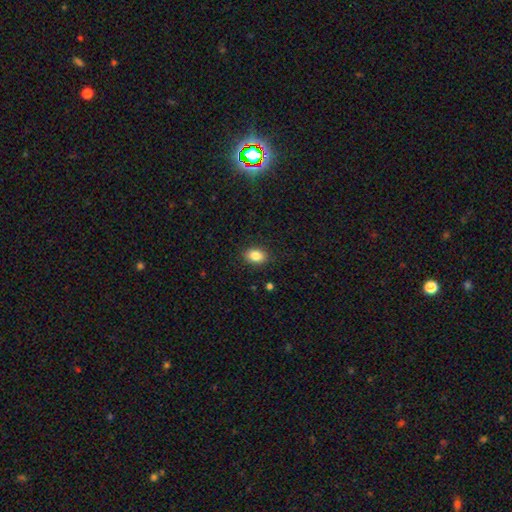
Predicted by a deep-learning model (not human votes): This appears to be a smooth galaxy with no disk features (86%) that is in between round and cigar-shaped (78%). Merging: none (88%).